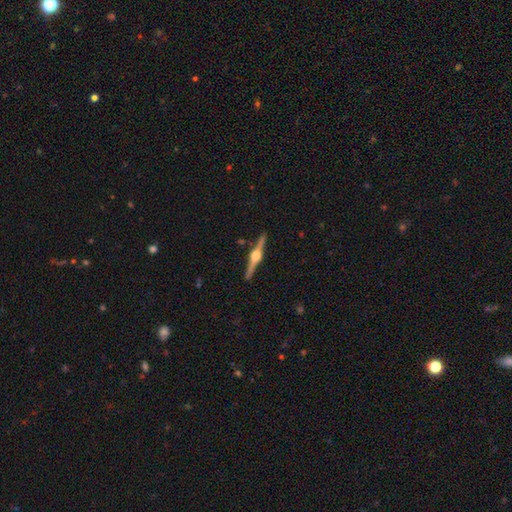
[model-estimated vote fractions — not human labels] smooth-or-featured: featured or disk: 86% | smooth: 8% | star or artifact: 5%
  disk-edge-on: yes: 99% | no: 1%
    edge-on-bulge: rounded: 95% | boxy: 4% | none: 1%
  merging: none: 91% | minor disturbance: 6% | major disturbance: 1% | merger: 1%